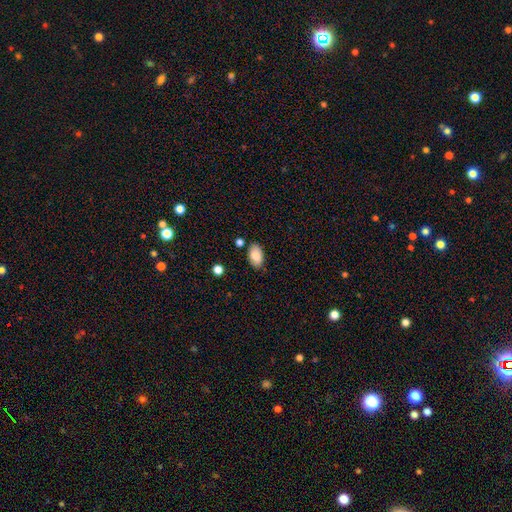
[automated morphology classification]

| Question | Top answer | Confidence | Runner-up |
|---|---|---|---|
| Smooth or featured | smooth | 85% | star or artifact (7%) |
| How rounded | in between | 93% | round (6%) |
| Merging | none | 81% | minor disturbance (13%) |